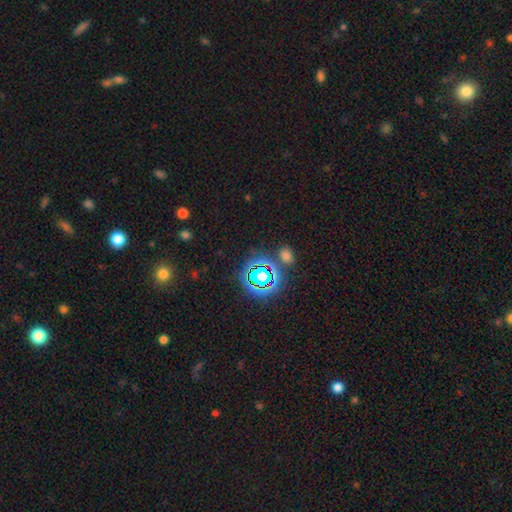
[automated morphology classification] Smooth or featured: star or artifact — 68% (smooth — 24%)